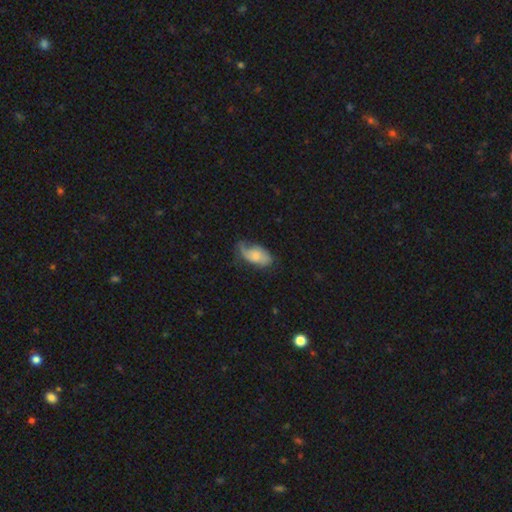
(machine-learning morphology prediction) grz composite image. It shows a smooth galaxy with no disk features (54%) that is in between round and cigar-shaped (92%). Merging: none (45%).